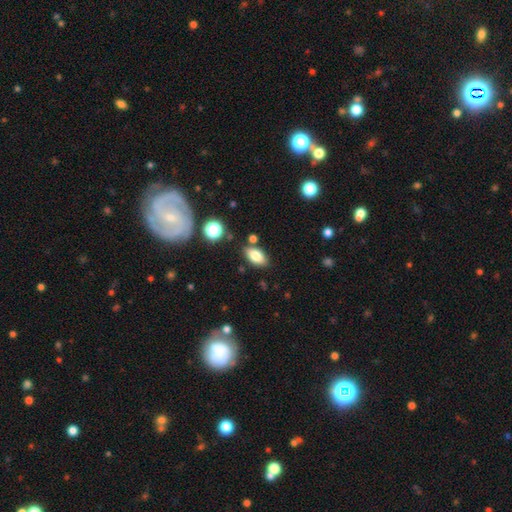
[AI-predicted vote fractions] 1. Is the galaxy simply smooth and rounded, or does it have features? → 80% smooth, 10% featured or disk, 9% star or artifact.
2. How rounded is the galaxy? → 90% in between, 6% round, 4% cigar-shaped.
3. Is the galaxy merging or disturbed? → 80% none, 12% minor disturbance, 5% merger, 3% major disturbance.